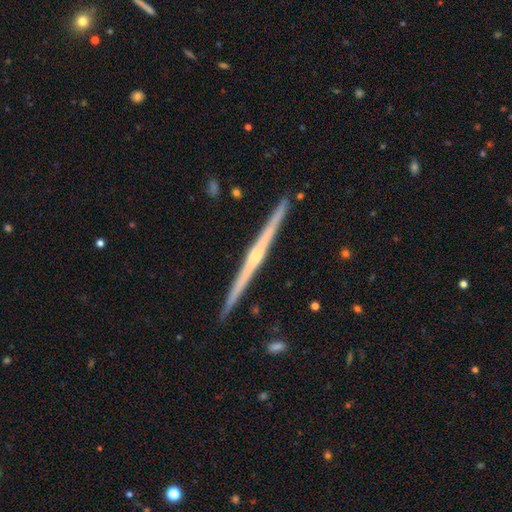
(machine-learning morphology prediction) Smooth or featured? featured or disk (81%)
Edge-on disk? yes (99%)
Edge-on bulge? rounded (64%)
Merging? none (92%)